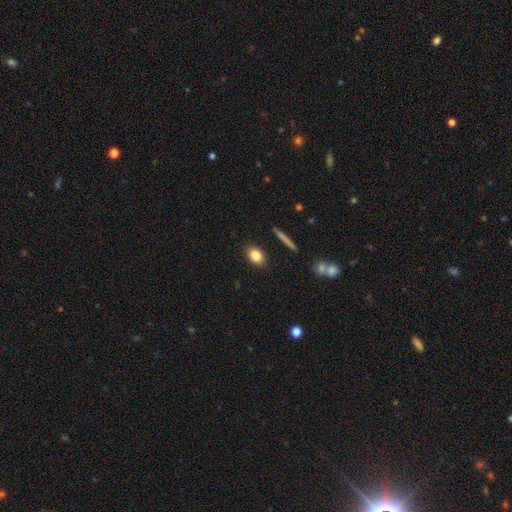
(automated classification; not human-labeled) This appears to be a smooth galaxy with no disk features (83%) that is in between round and cigar-shaped (77%). Merging: none (88%).